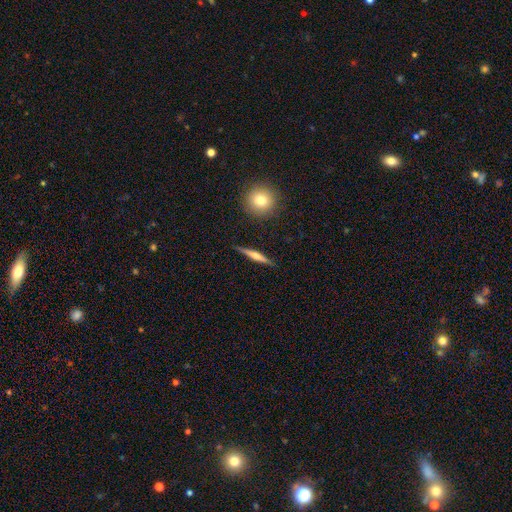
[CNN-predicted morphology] smooth-or-featured: featured or disk: 57% | smooth: 37% | star or artifact: 7%
  disk-edge-on: yes: 96% | no: 4%
    edge-on-bulge: rounded: 72% | none: 17% | boxy: 12%
  merging: none: 89% | minor disturbance: 8% | major disturbance: 2% | merger: 2%